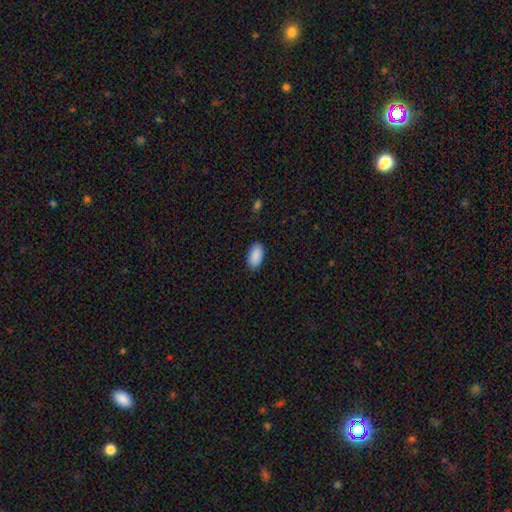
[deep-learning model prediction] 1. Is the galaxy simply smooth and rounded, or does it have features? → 91% smooth, 6% star or artifact, 3% featured or disk.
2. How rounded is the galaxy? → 95% in between, 3% cigar-shaped, 3% round.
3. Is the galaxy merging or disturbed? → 88% none, 9% minor disturbance, 2% major disturbance, 1% merger.